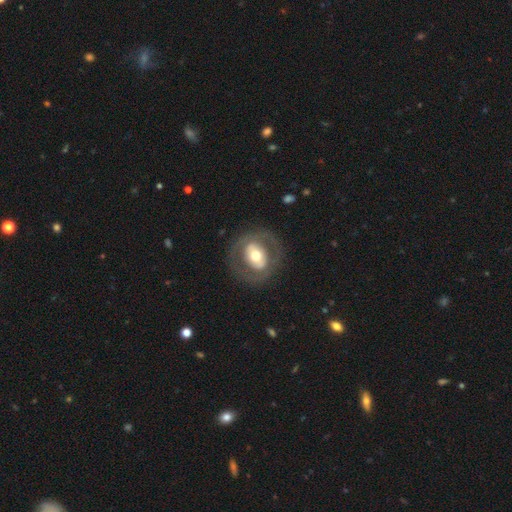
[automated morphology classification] The model was most divided on "smooth or featured": featured or disk: 53%, smooth: 41%, star or artifact: 6%. More confident: edge-on disk — no (94%); merging — none (78%).